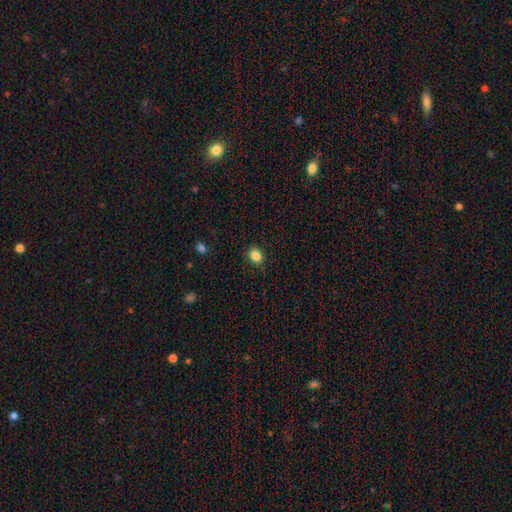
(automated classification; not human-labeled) Smooth or featured?
  - smooth: 85% *
  - star or artifact: 10%
  - featured or disk: 5%
How rounded?
  - in between: 54% *
  - round: 45%
  - cigar-shaped: 1%
Merging?
  - none: 86% *
  - minor disturbance: 10%
  - major disturbance: 3%
  - merger: 1%